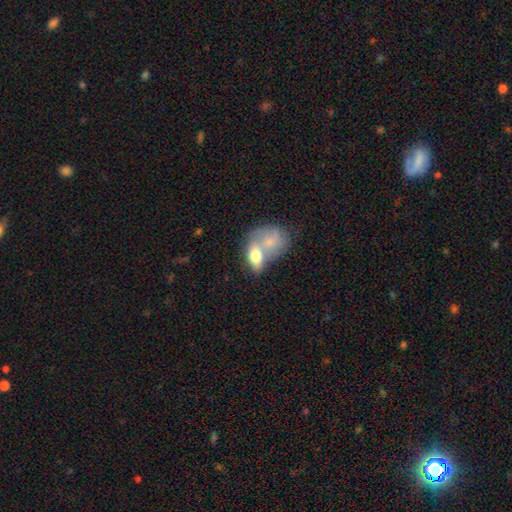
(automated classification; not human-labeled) This is likely a smooth galaxy (69%). How rounded: likely in between (77%). Merging: likely merger (65%).